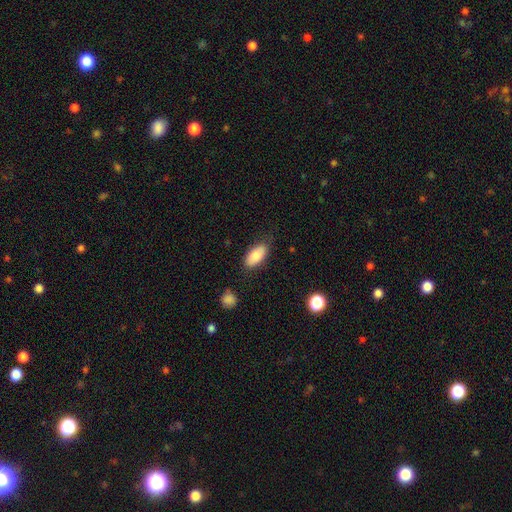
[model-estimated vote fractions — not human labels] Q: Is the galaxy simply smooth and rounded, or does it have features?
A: smooth — 81%.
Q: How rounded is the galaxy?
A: in between — 91%.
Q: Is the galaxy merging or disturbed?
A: none — 79%.